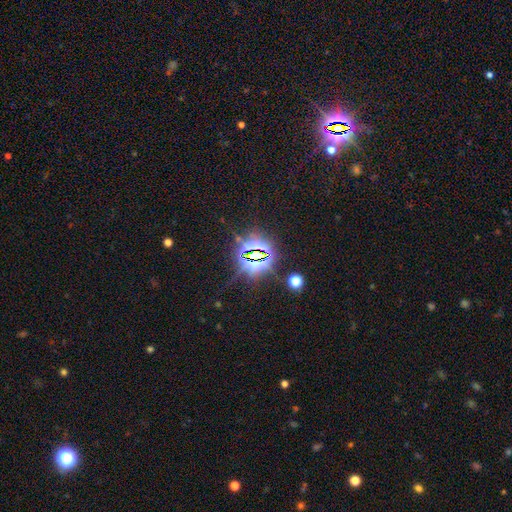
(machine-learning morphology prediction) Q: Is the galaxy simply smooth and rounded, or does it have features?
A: star or artifact — 81%.